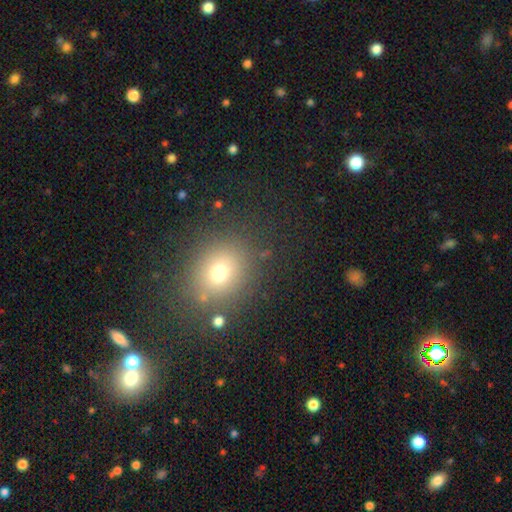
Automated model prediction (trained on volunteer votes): A smooth galaxy with no disk features (61%) that is round (71%).

Vote fractions:
- Smooth or featured? smooth: 61% / star or artifact: 29% / featured or disk: 9%
- How rounded? round: 71% / in between: 28% / cigar-shaped: 1%
- Merging? none: 84% / minor disturbance: 8% / merger: 4% / major disturbance: 4%